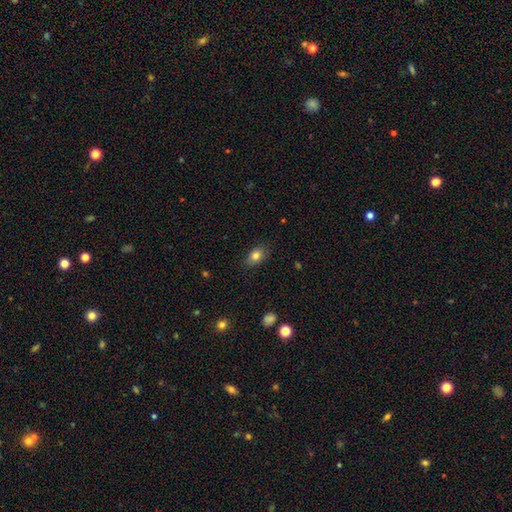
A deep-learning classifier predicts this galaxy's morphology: Smooth or featured? Predicted: smooth (p=0.82). How rounded? Predicted: in between (p=0.83). Merging? Predicted: none (p=0.84).